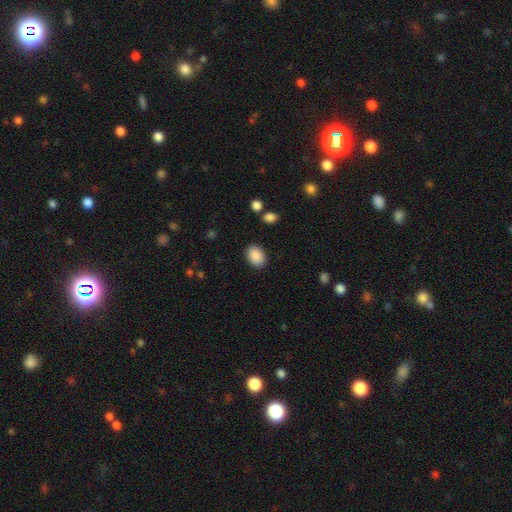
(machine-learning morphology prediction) Smooth or featured? Predicted: smooth (p=0.90). How rounded? Predicted: in between (p=0.79). Merging? Predicted: none (p=0.88).